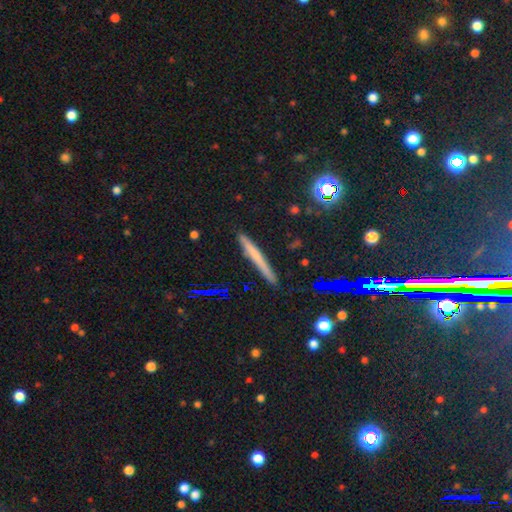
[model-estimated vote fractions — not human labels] A smooth galaxy with no disk features (55%) that is cigar-shaped (95%).

Vote fractions:
- Smooth or featured? smooth: 55% / featured or disk: 32% / star or artifact: 13%
- How rounded? cigar-shaped: 95% / in between: 3% / round: 2%
- Merging? none: 87% / minor disturbance: 9% / major disturbance: 2% / merger: 2%